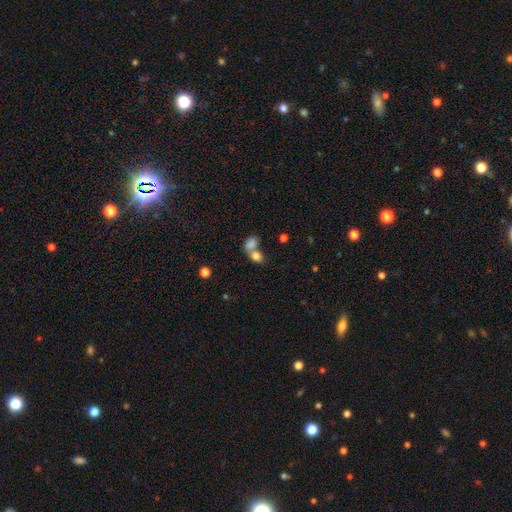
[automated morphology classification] Overall: smooth (81%). How rounded: in between (69%; round 29%). Merging: merger (61%; none 28%).